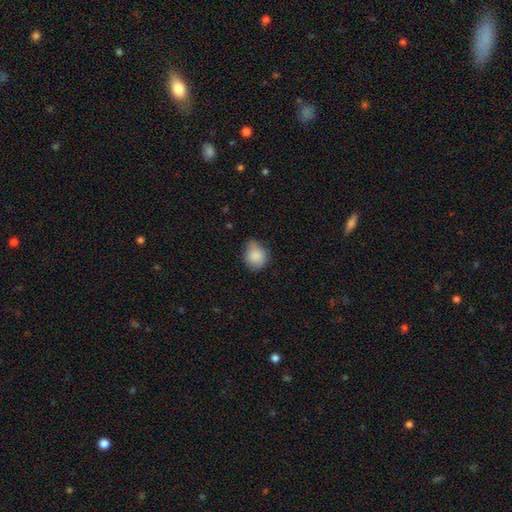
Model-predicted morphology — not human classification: smooth 85%, star or artifact 8%, featured or disk 7%. Down the decision tree: how rounded — round (64%); merging — none (53%).